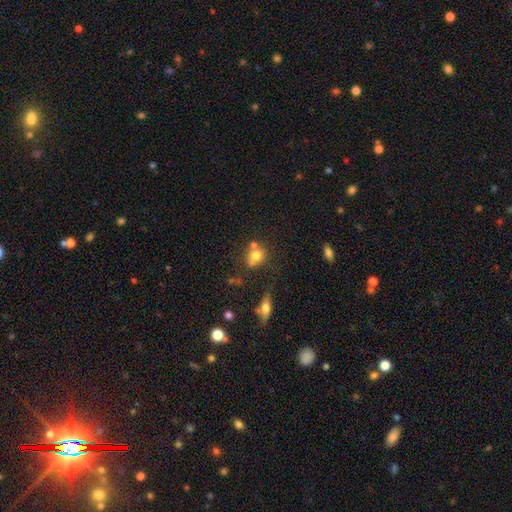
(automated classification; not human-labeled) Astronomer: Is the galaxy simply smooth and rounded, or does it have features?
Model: smooth — 72%.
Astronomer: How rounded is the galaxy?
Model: round — 72%.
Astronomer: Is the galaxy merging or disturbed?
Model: none — 47% (runner-up: merger, 34%).